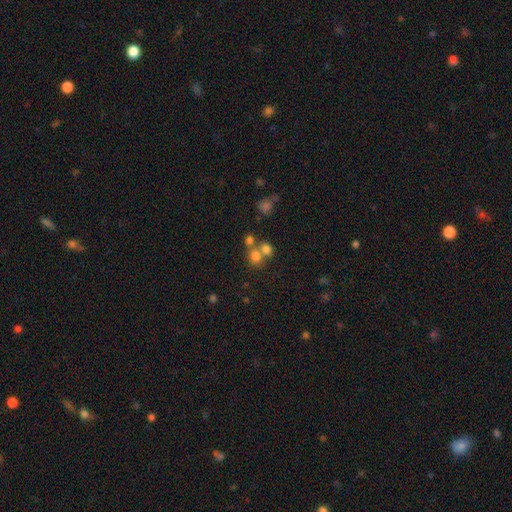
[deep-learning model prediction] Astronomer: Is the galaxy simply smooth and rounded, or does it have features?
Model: smooth — 71%.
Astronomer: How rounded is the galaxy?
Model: round — 73%.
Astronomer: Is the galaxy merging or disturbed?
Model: merger — 45% (runner-up: none, 43%).